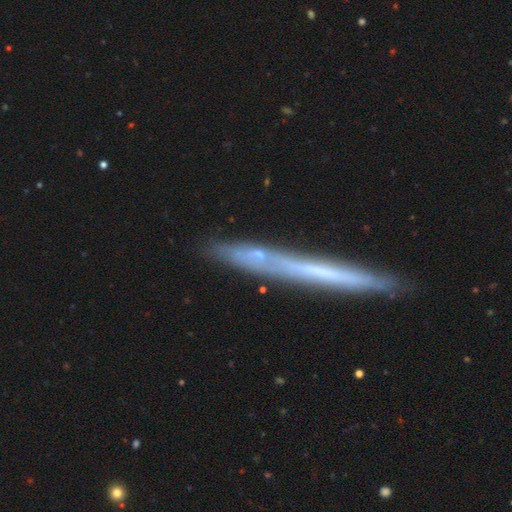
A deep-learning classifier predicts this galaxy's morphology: A featured or disk galaxy (52%) viewed edge-on (78%).

Vote fractions:
- Smooth or featured? featured or disk: 52% / smooth: 38% / star or artifact: 10%
- Edge-on disk? yes: 78% / no: 22%
- Merging? none: 76% / minor disturbance: 15% / merger: 5% / major disturbance: 4%